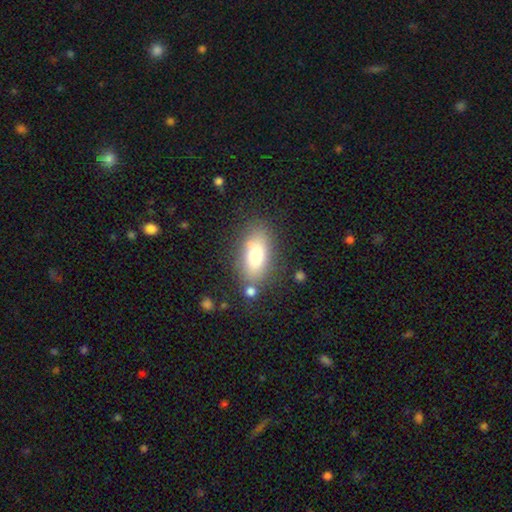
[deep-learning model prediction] Overall: smooth (74%). How rounded: in between (85%). Merging: none (73%).